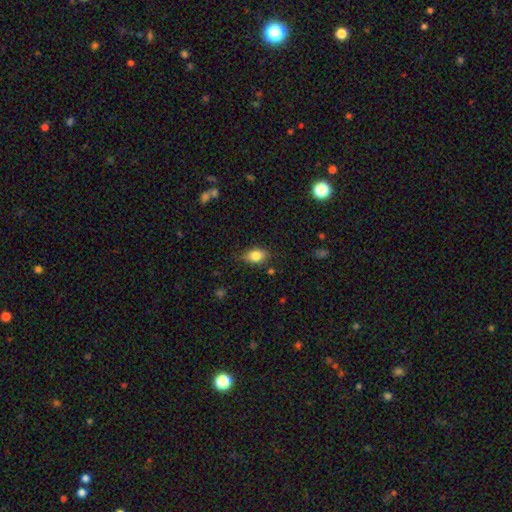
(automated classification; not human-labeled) smooth-or-featured: smooth: 81% | featured or disk: 11% | star or artifact: 8%
  how-rounded: in between: 81% | round: 16% | cigar-shaped: 3%
  merging: none: 73% | minor disturbance: 21% | major disturbance: 4% | merger: 2%